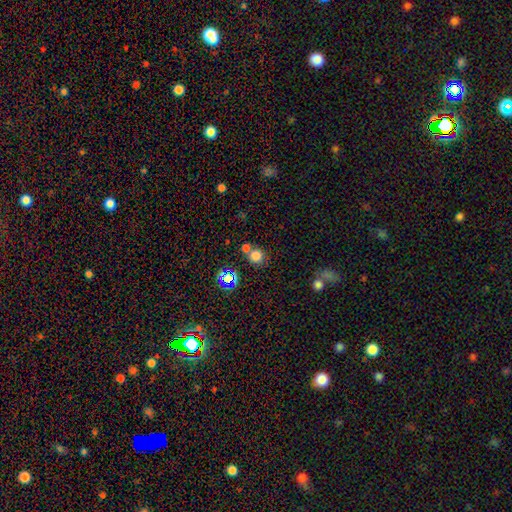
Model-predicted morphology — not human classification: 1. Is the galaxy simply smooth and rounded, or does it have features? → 75% smooth, 18% star or artifact, 7% featured or disk.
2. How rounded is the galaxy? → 90% round, 9% in between, 1% cigar-shaped.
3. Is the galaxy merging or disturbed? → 64% none, 24% merger, 8% minor disturbance, 4% major disturbance.